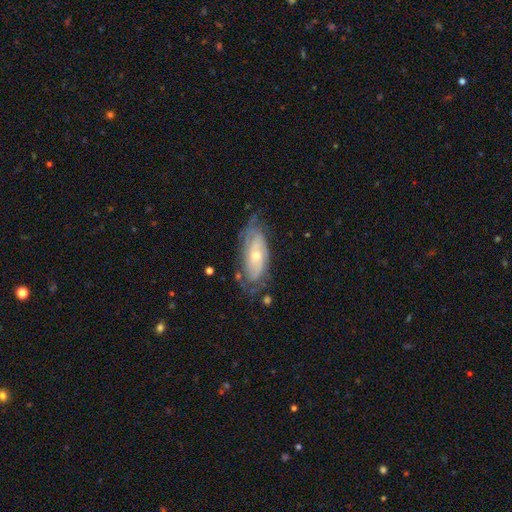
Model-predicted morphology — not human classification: A featured or disk galaxy (74%) with no bar (75%), tight (62%) spiral arms (83%) and a small central bulge (53%). Merging: none (62%).